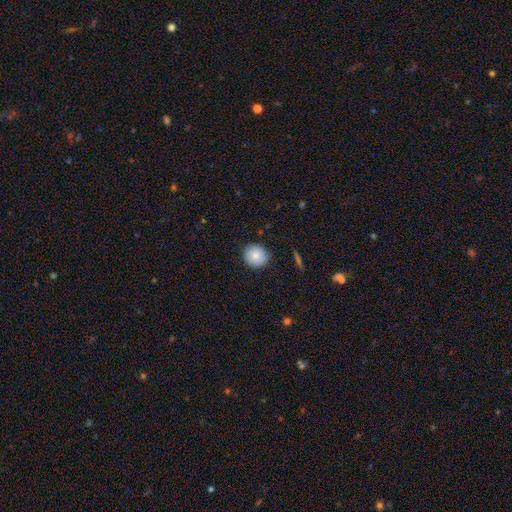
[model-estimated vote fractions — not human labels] This is clearly a smooth galaxy (84%). How rounded: clearly round (91%). Merging: clearly none (89%).